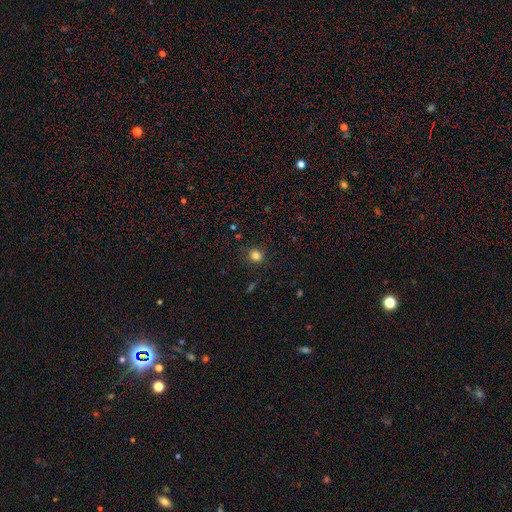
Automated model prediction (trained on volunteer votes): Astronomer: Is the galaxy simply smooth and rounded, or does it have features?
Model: smooth — 81%.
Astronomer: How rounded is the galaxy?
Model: round — 88%.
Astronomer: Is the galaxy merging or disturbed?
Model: none — 89%.